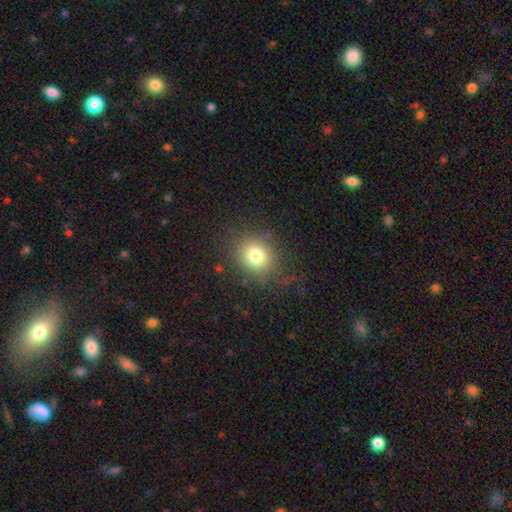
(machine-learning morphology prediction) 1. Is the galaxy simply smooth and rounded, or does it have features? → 78% smooth, 13% star or artifact, 9% featured or disk.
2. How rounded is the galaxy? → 81% round, 18% in between, 1% cigar-shaped.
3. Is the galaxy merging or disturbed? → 82% none, 11% minor disturbance, 6% major disturbance, 1% merger.